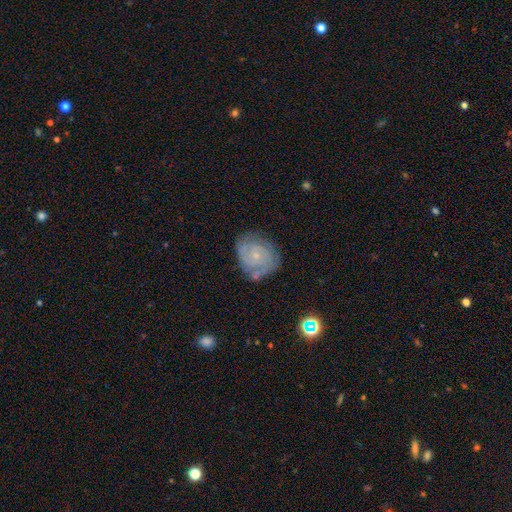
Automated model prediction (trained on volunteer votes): Smooth or featured? featured or disk (72%)
Edge-on disk? no (98%)
Bar? no (77%)
Spiral arms? yes (90%)
Spiral winding? tight (64%)
Spiral arm count? can't tell (34%)
Bulge size? small (80%)
Merging? none (64%)